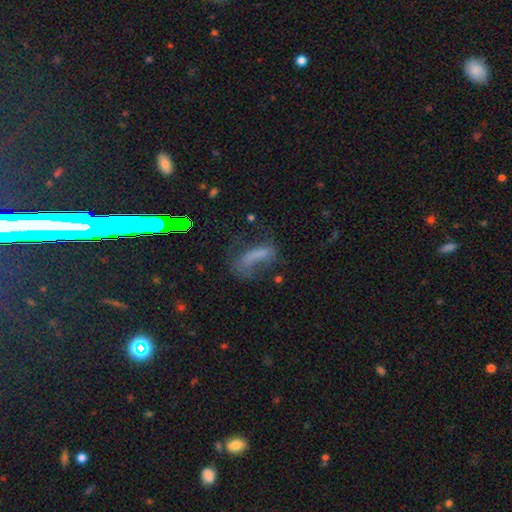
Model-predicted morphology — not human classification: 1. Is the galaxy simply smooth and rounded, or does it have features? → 47% smooth, 31% featured or disk, 22% star or artifact.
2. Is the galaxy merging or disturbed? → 41% major disturbance, 31% none, 21% minor disturbance, 7% merger.